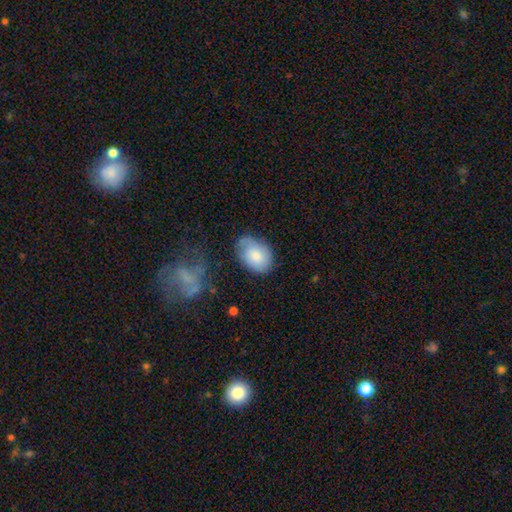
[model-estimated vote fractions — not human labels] Smooth or featured? smooth (75%)
How rounded? in between (80%)
Merging? none (62%)